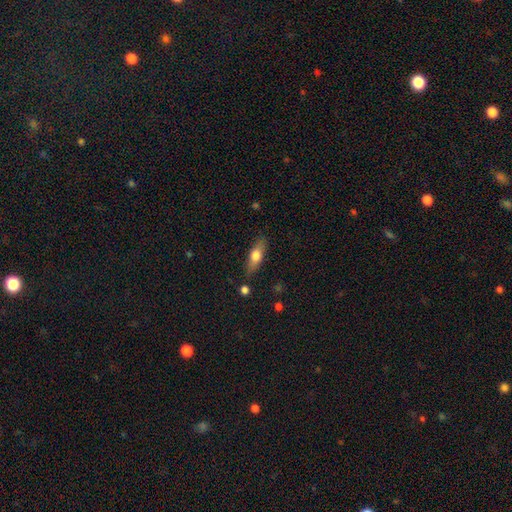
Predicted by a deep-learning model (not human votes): A smooth galaxy with no disk features (65%) that is in between round and cigar-shaped (58%).

Vote fractions:
- Smooth or featured? smooth: 65% / featured or disk: 29% / star or artifact: 7%
- How rounded? in between: 58% / cigar-shaped: 39% / round: 4%
- Merging? none: 82% / minor disturbance: 12% / major disturbance: 3% / merger: 3%